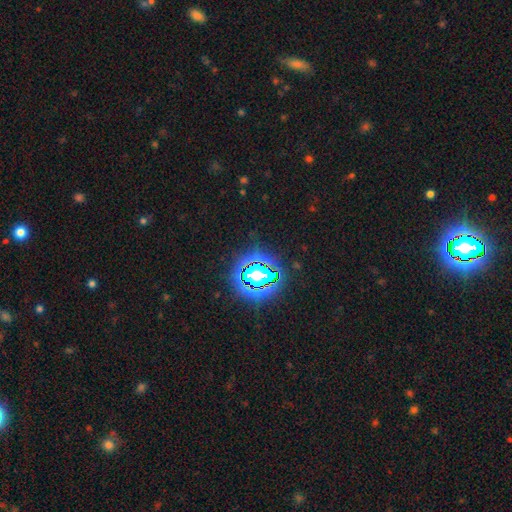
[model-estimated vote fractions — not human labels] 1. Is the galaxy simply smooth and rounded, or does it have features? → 73% star or artifact, 17% smooth, 10% featured or disk.